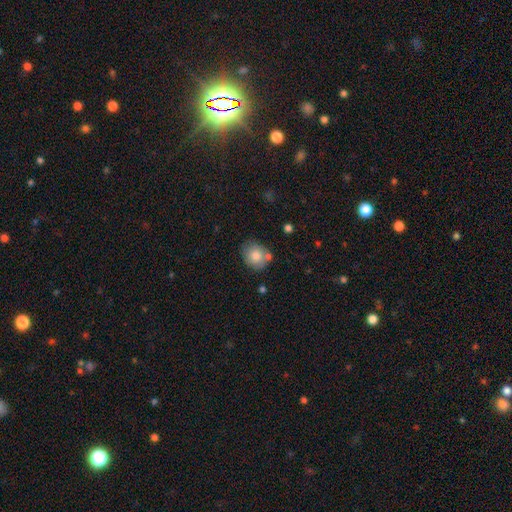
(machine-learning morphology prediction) A smooth galaxy with no disk features (80%) that is round (67%).

Vote fractions:
- Smooth or featured? smooth: 80% / featured or disk: 12% / star or artifact: 8%
- How rounded? round: 67% / in between: 32% / cigar-shaped: 1%
- Merging? none: 65% / minor disturbance: 18% / merger: 12% / major disturbance: 4%